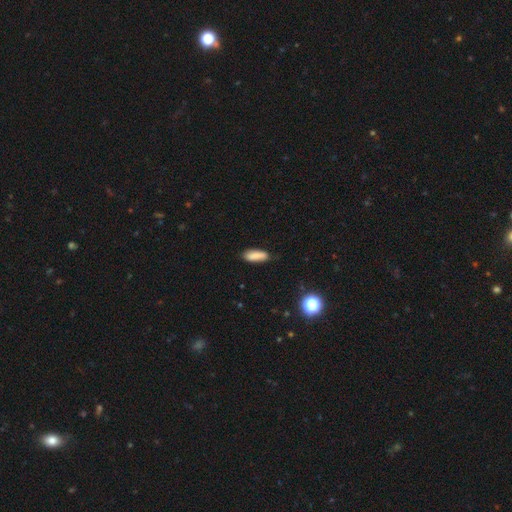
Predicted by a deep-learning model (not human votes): Smooth or featured? smooth (86%)
How rounded? in between (64%)
Merging? none (77%)